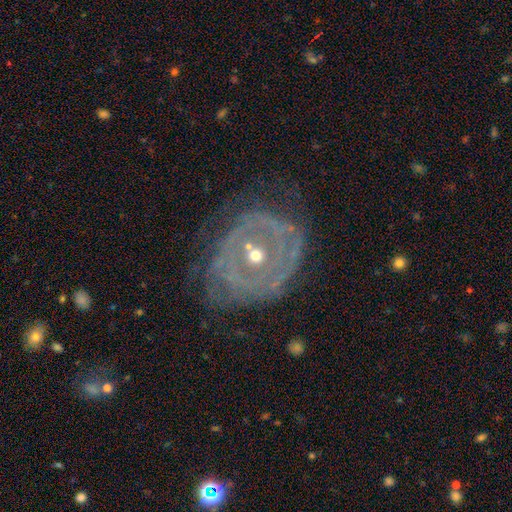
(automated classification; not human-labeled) Smooth or featured? Predicted: featured or disk (p=0.78). Edge-on disk? Predicted: no (p=0.96). Bar? Predicted: no (p=0.82). Spiral arms? Predicted: yes (p=0.60). Bulge size? Predicted: moderate (p=0.54). Merging? Predicted: none (p=0.59).